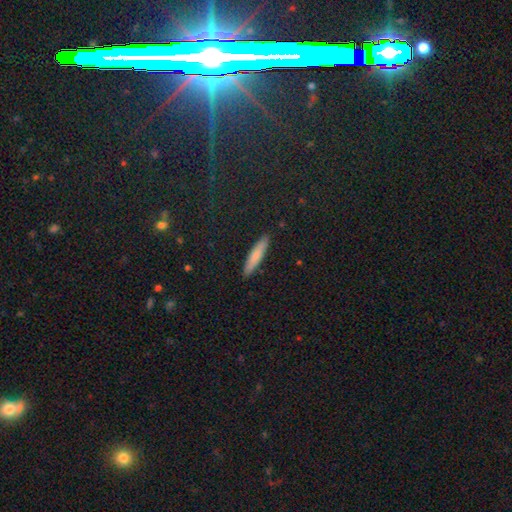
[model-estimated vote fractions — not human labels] This appears to be a smooth galaxy with no disk features (72%) that is cigar-shaped (86%). Merging: none (91%).